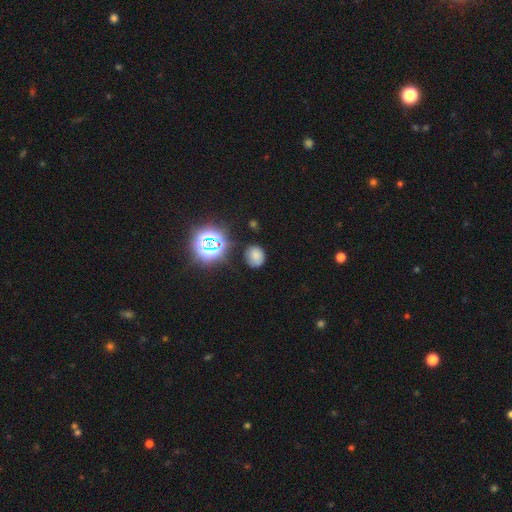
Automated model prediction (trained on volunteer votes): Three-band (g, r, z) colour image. It shows a smooth galaxy with no disk features (70%) that is round (66%). Merging: none (76%).